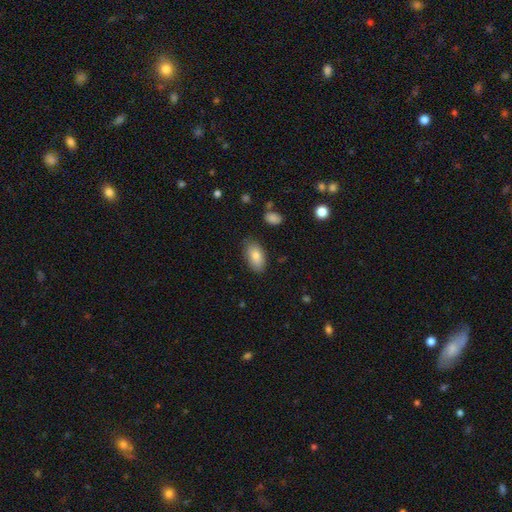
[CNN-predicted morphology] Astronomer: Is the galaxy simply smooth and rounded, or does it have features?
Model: smooth — 82%.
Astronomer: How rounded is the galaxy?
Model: in between — 93%.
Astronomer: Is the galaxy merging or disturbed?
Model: none — 80%.